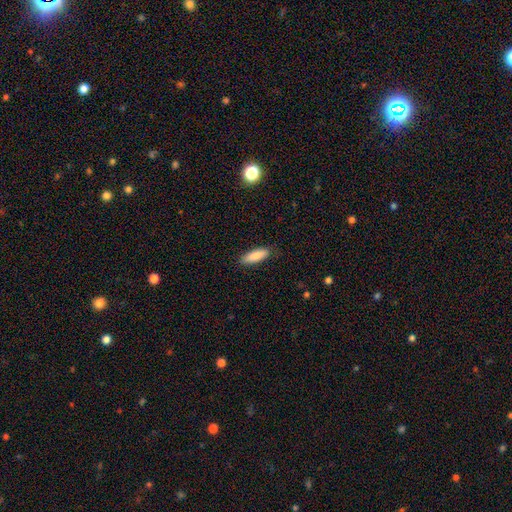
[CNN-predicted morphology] This is clearly a smooth galaxy (84%). How rounded: possibly in between (50%). Merging: clearly none (86%).